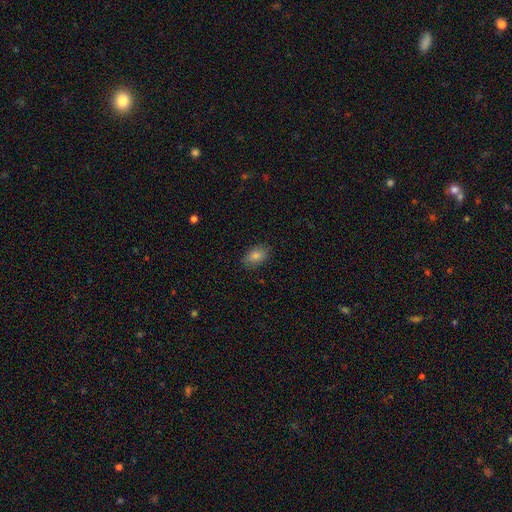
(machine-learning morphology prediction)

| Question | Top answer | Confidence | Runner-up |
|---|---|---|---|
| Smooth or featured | smooth | 79% | star or artifact (12%) |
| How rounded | in between | 84% | round (15%) |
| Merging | none | 85% | minor disturbance (11%) |